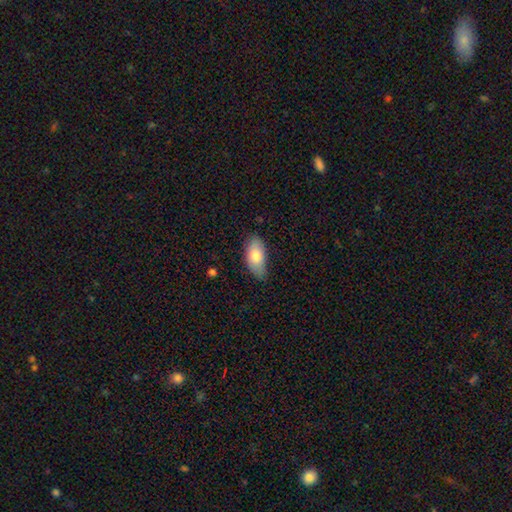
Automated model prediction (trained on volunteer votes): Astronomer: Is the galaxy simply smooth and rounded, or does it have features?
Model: smooth — 81%.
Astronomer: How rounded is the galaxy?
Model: in between — 92%.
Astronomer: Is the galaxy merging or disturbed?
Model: none — 67%.